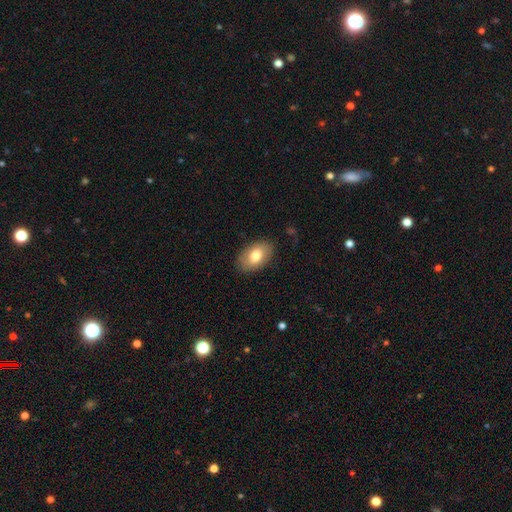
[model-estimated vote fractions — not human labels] Overall: smooth (78%). How rounded: in between (92%). Merging: none (85%).